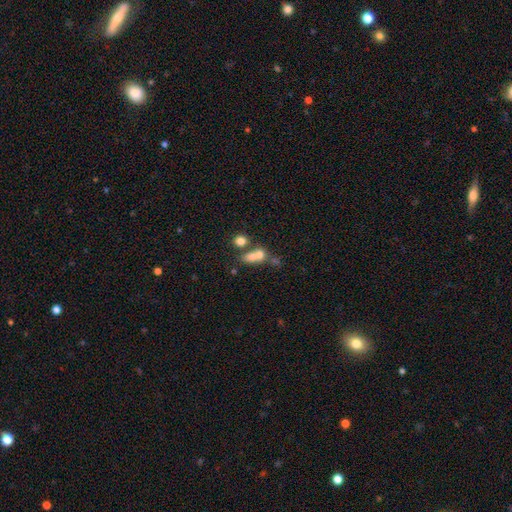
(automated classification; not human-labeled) Q: Smooth or featured?
A: smooth (67%); runner-up: featured or disk (20%)
Q: How rounded?
A: round (52%); runner-up: in between (45%)
Q: Merging?
A: merger (57%); runner-up: none (29%)